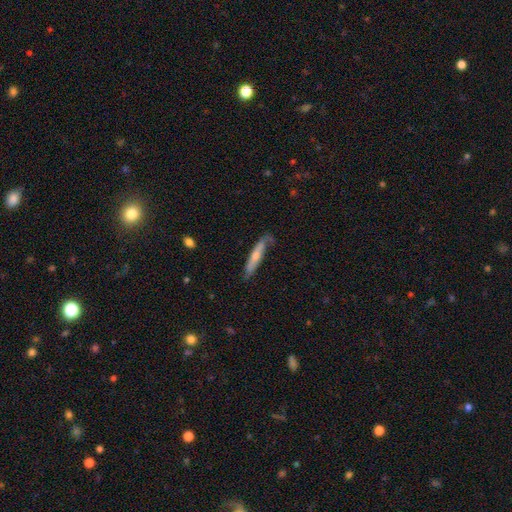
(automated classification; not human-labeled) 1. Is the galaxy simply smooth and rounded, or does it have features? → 51% smooth, 43% featured or disk, 5% star or artifact.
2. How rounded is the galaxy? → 89% cigar-shaped, 10% in between, 1% round.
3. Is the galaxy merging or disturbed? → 62% none, 26% minor disturbance, 10% major disturbance, 2% merger.